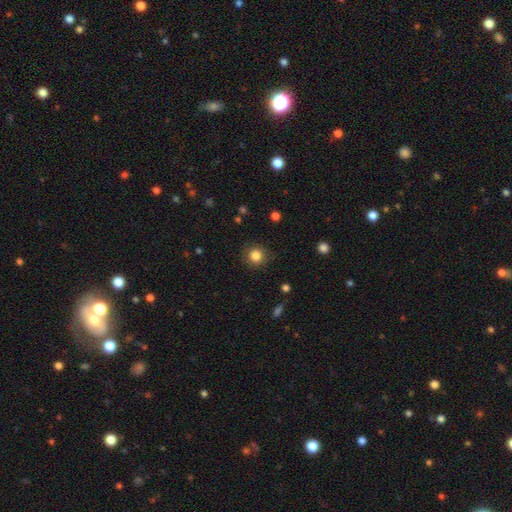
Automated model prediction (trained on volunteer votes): Q: Smooth or featured?
A: smooth (84%); runner-up: star or artifact (11%)
Q: How rounded?
A: round (92%); runner-up: in between (7%)
Q: Merging?
A: none (86%); runner-up: minor disturbance (9%)